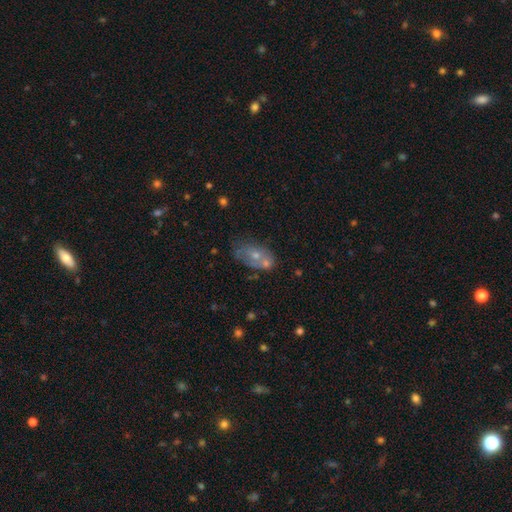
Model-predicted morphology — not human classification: Smooth or featured?
  - smooth: 49% *
  - featured or disk: 40%
  - star or artifact: 11%
Merging?
  - none: 37% *
  - merger: 29%
  - minor disturbance: 22%
  - major disturbance: 12%